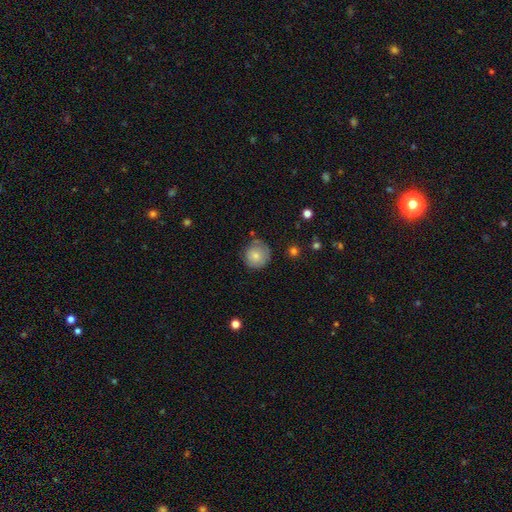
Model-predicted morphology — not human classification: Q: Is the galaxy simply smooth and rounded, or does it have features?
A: smooth — 78%.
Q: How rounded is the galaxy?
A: round — 92%.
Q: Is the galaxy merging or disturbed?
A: none — 72%.